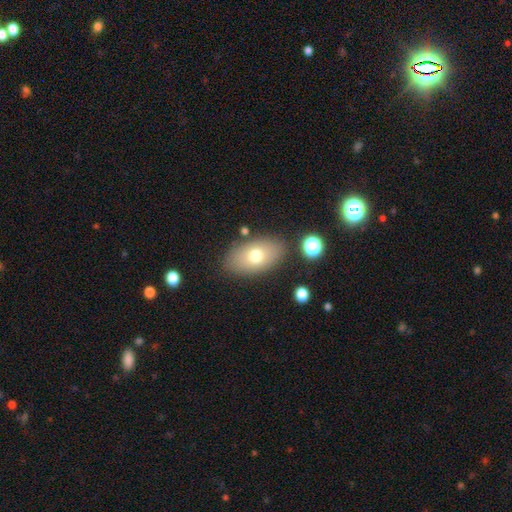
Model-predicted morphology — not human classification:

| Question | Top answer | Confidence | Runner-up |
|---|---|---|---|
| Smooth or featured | smooth | 71% | featured or disk (19%) |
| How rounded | in between | 90% | round (8%) |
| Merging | none | 82% | minor disturbance (11%) |